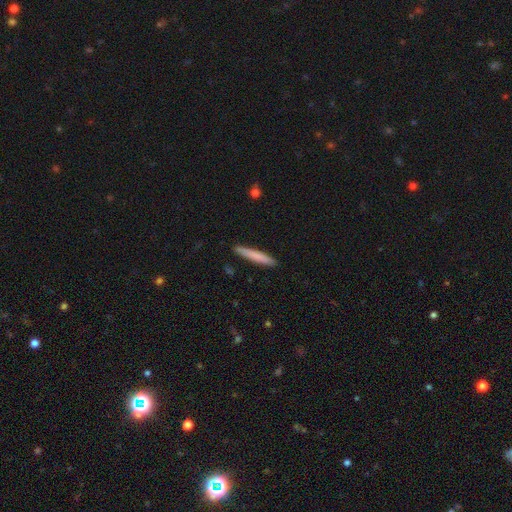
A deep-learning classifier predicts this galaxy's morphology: smooth_or_featured: smooth (p=0.75) [alt: featured or disk p=0.20]
how_rounded: cigar-shaped (p=0.96) [alt: in between p=0.03]
merging: none (p=0.90) [alt: minor disturbance p=0.07]